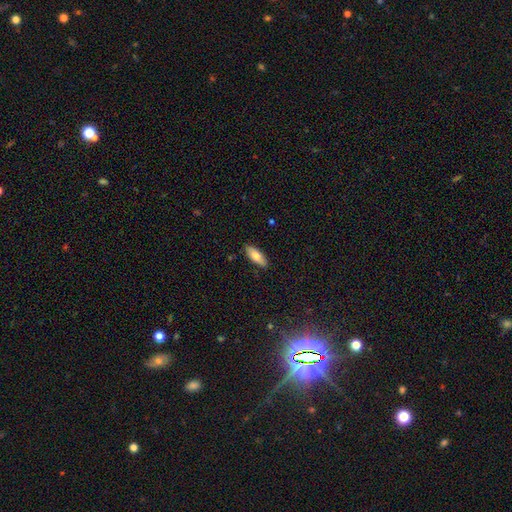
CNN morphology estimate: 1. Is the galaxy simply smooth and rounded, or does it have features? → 77% smooth, 17% featured or disk, 6% star or artifact.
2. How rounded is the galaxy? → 74% in between, 24% cigar-shaped, 2% round.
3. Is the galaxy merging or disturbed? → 87% none, 10% minor disturbance, 2% major disturbance, 1% merger.